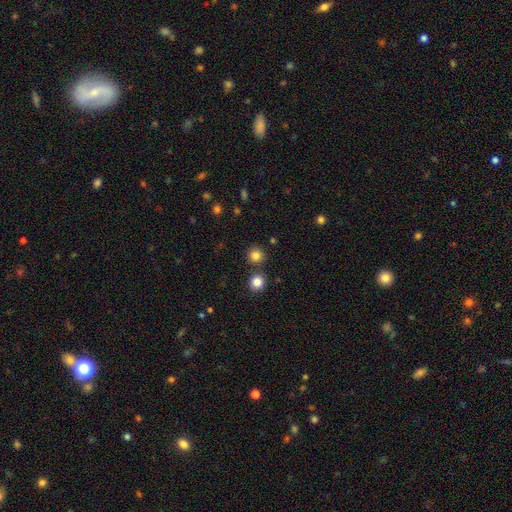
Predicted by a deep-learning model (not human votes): Smooth or featured? Predicted: smooth (p=0.82). How rounded? Predicted: round (p=0.93). Merging? Predicted: none (p=0.84).